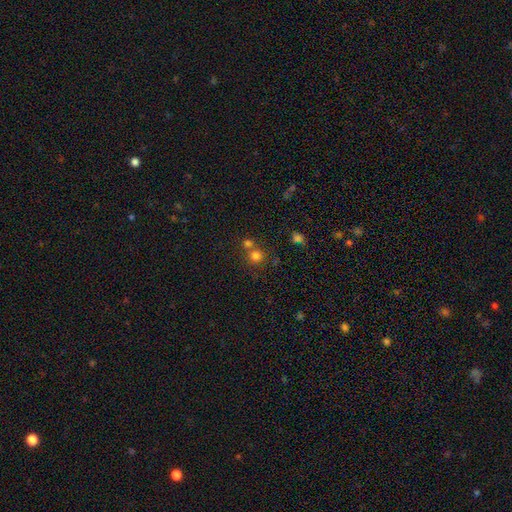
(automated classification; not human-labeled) This appears to be a smooth galaxy with no disk features (76%) that is round (91%). Merging: none (59%).